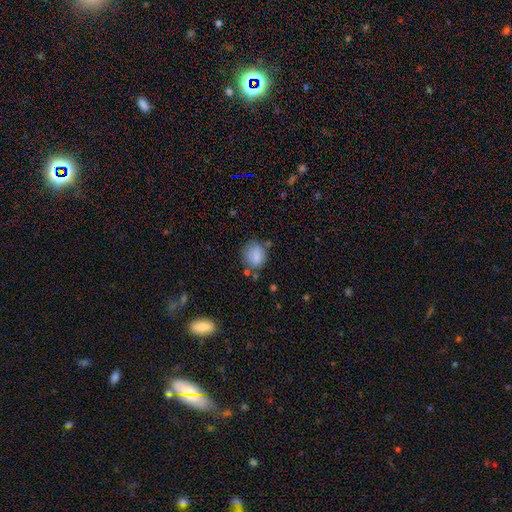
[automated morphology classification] type=smooth (81%); roundness=round (62%); merging=none (64%).